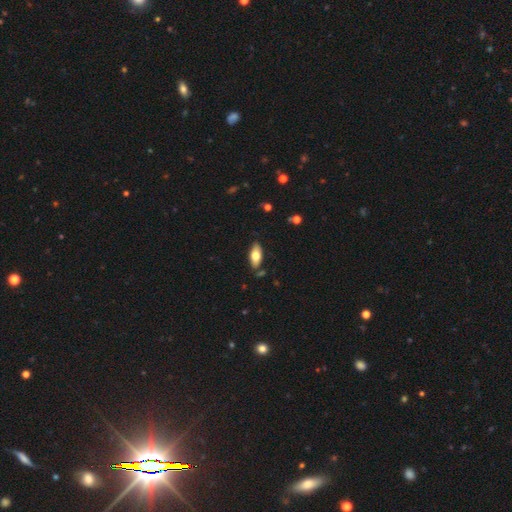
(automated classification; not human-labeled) Smooth or featured? smooth (70%)
How rounded? in between (88%)
Merging? none (83%)